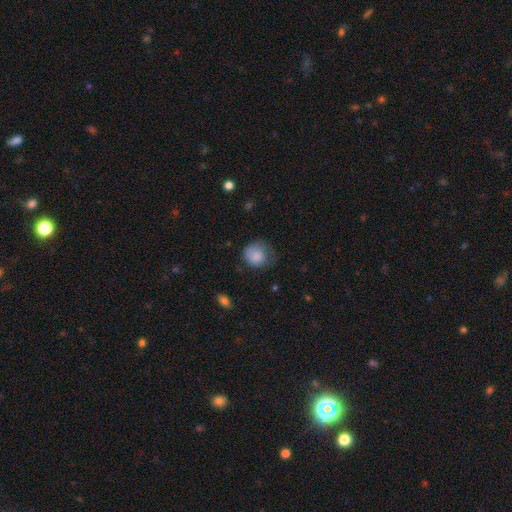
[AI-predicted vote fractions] Overall: smooth (83%). How rounded: round (79%). Merging: none (47%; minor disturbance 32%).